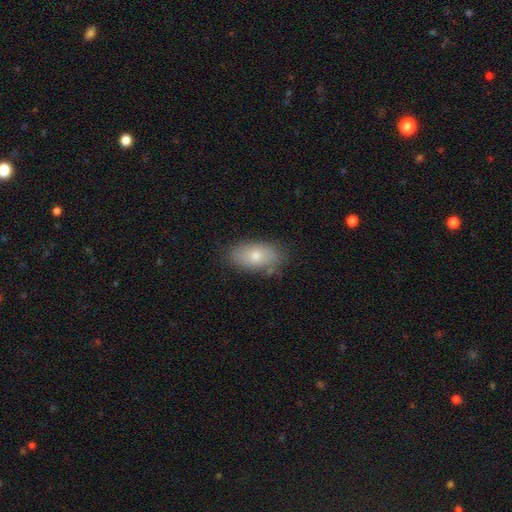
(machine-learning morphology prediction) type=smooth (72%); roundness=in between (92%); merging=none (79%).